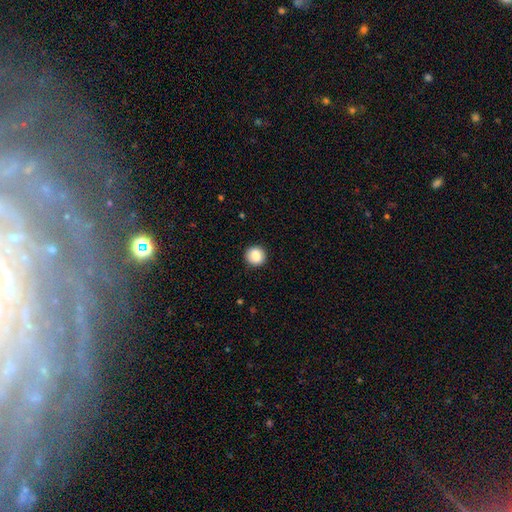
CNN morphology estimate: Q: Smooth or featured?
A: smooth (83%); runner-up: star or artifact (9%)
Q: How rounded?
A: round (89%); runner-up: in between (10%)
Q: Merging?
A: none (91%); runner-up: minor disturbance (6%)